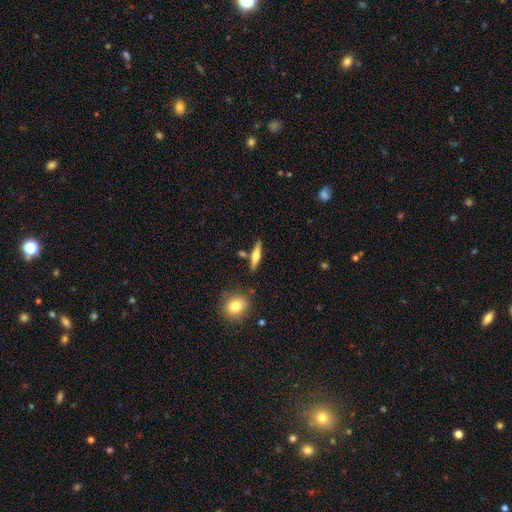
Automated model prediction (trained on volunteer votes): smooth_or_featured: smooth (p=0.47) [alt: featured or disk p=0.46]
merging: none (p=0.81) [alt: minor disturbance p=0.10]